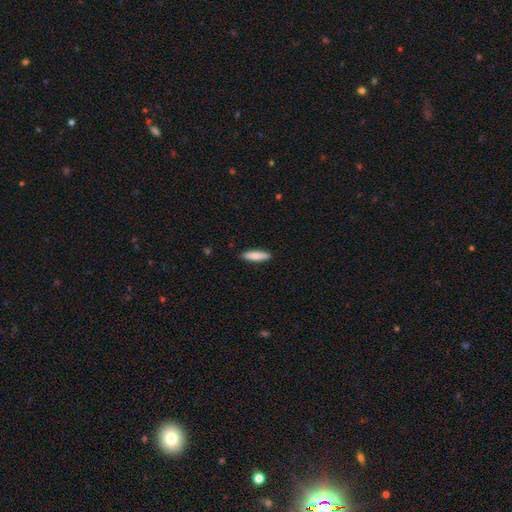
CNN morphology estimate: smooth_or_featured: smooth (p=0.84) [alt: featured or disk p=0.10]
how_rounded: cigar-shaped (p=0.75) [alt: in between p=0.24]
merging: none (p=0.89) [alt: minor disturbance p=0.08]